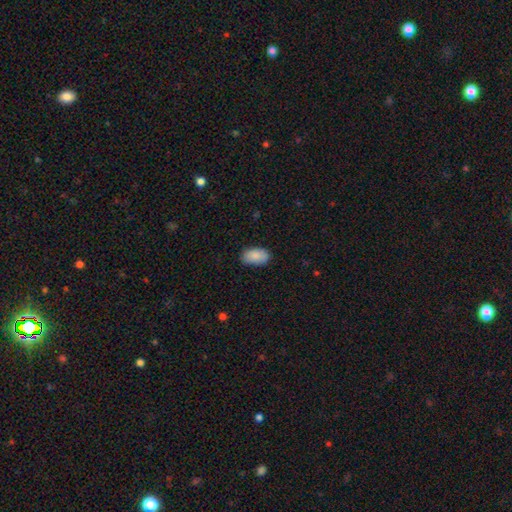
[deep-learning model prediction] Smooth or featured? smooth (88%)
How rounded? in between (93%)
Merging? none (82%)